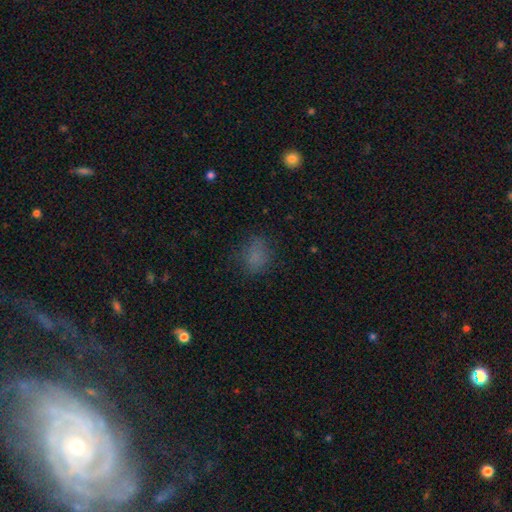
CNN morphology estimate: A smooth galaxy with no disk features (75%) that is round (53%). Merging: none (70%).